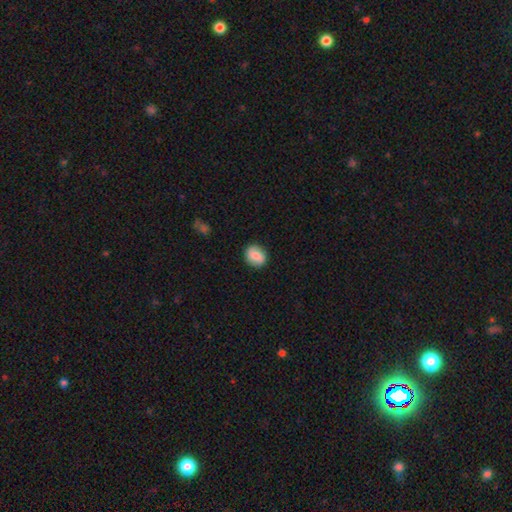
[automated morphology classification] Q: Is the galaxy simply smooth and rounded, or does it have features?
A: smooth — 76%.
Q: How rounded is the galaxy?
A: round — 64%.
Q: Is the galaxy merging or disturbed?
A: none — 87%.